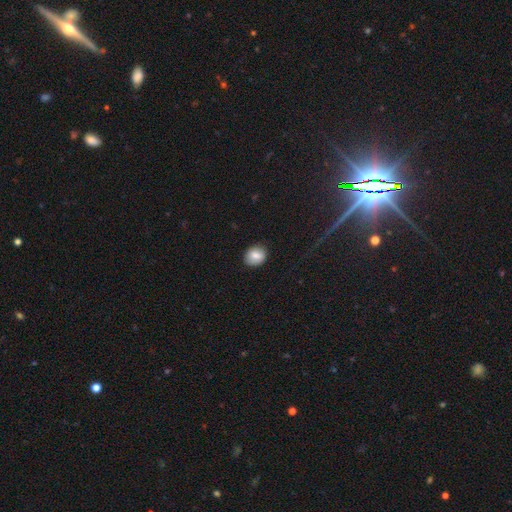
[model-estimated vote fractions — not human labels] The model was most divided on "how rounded": round: 60%, in between: 38%, cigar-shaped: 1%. More confident: merging — none (85%); smooth or featured — smooth (81%).